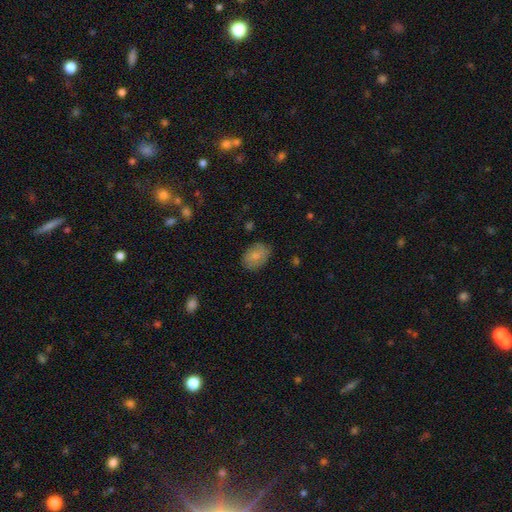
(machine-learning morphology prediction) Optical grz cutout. It shows a smooth galaxy with no disk features (82%) that is in between round and cigar-shaped (78%). Merging: none (79%).